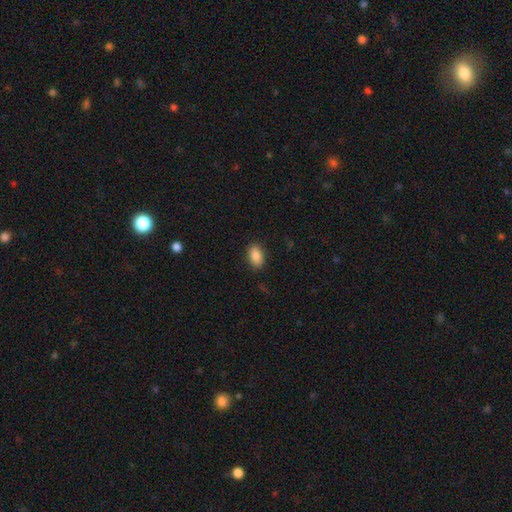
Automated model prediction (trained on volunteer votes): Smooth or featured: smooth — 87% (star or artifact — 8%)
How rounded: in between — 90% (round — 8%)
Merging: none — 88% (minor disturbance — 9%)